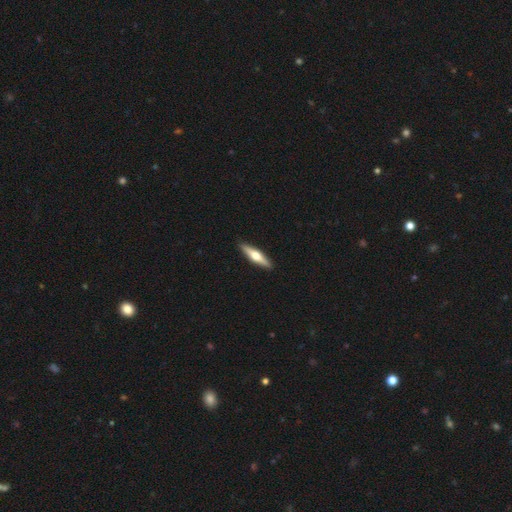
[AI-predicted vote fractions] Overall: featured or disk (56%; smooth 39%). Edge-on disk: yes (95%). Edge-on bulge: rounded (93%). Merging: none (91%).